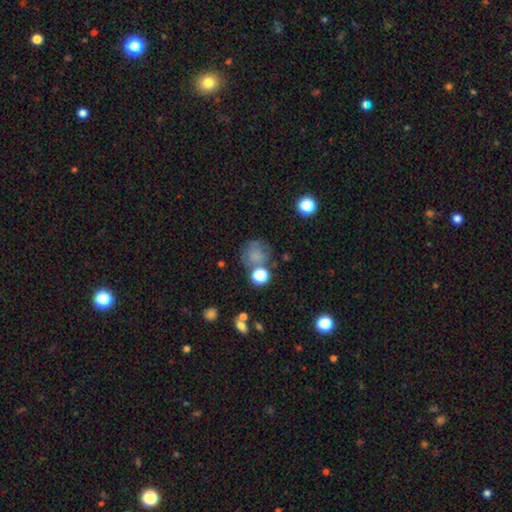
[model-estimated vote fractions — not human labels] smooth 72%, star or artifact 15%, featured or disk 13%. Down the decision tree: how rounded — round (84%); merging — none (57%).